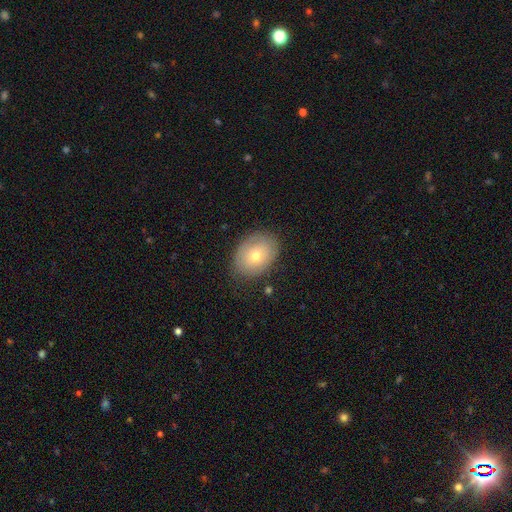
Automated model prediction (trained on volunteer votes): Smooth or featured? smooth (64%)
How rounded? in between (68%)
Merging? none (79%)